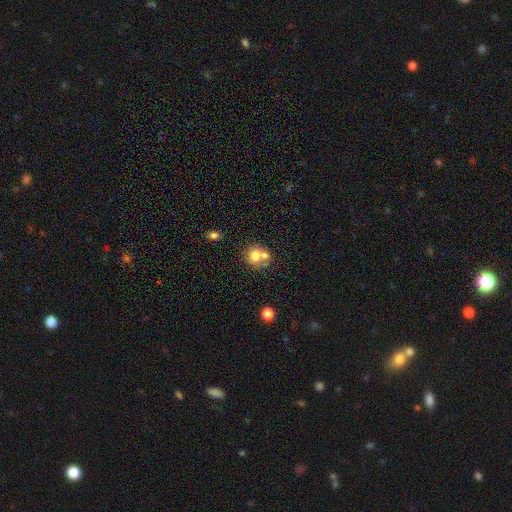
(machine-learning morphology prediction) smooth 71%, featured or disk 18%, star or artifact 12%. Down the decision tree: how rounded — round (82%); merging — none (44%, tied with merger).